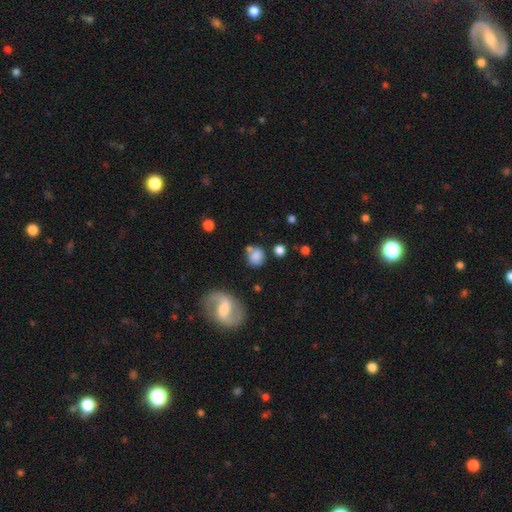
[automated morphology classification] A smooth galaxy with no disk features (75%) that is round (77%).

Vote fractions:
- Smooth or featured? smooth: 75% / featured or disk: 15% / star or artifact: 9%
- How rounded? round: 77% / in between: 21% / cigar-shaped: 2%
- Merging? none: 67% / minor disturbance: 16% / merger: 11% / major disturbance: 6%